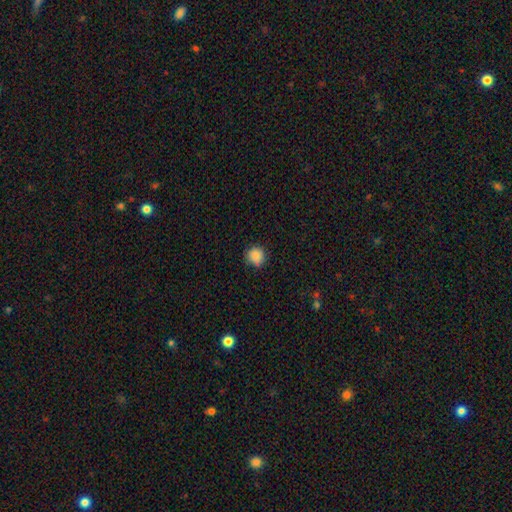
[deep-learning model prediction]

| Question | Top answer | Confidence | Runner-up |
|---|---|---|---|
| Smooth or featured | smooth | 87% | star or artifact (10%) |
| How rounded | round | 89% | in between (10%) |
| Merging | none | 81% | minor disturbance (15%) |